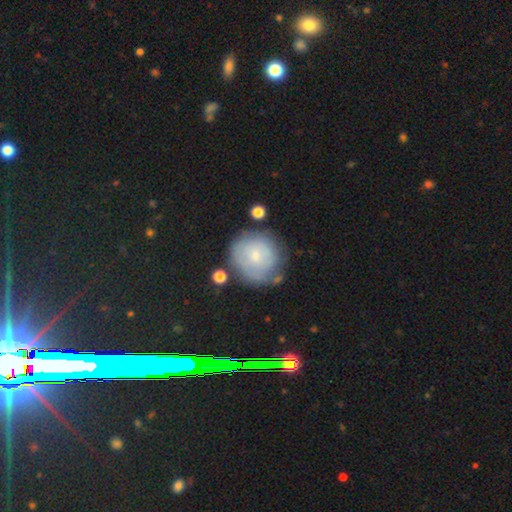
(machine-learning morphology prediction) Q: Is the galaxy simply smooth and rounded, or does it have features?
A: smooth — 48%.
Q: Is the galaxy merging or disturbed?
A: none — 64%.